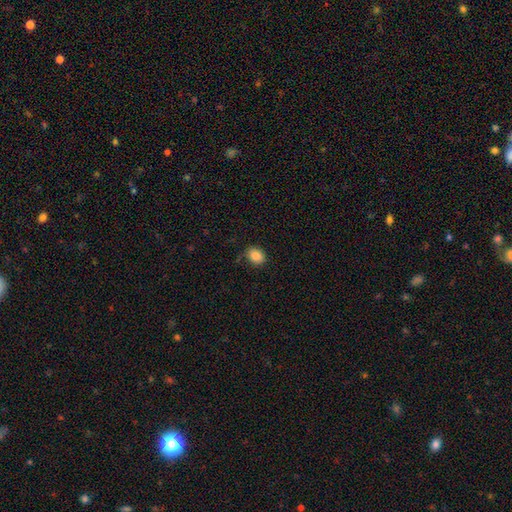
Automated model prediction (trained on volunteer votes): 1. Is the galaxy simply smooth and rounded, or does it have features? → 86% smooth, 9% star or artifact, 5% featured or disk.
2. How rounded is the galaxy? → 56% in between, 43% round, 1% cigar-shaped.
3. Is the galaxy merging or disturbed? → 82% none, 14% minor disturbance, 3% major disturbance, 2% merger.